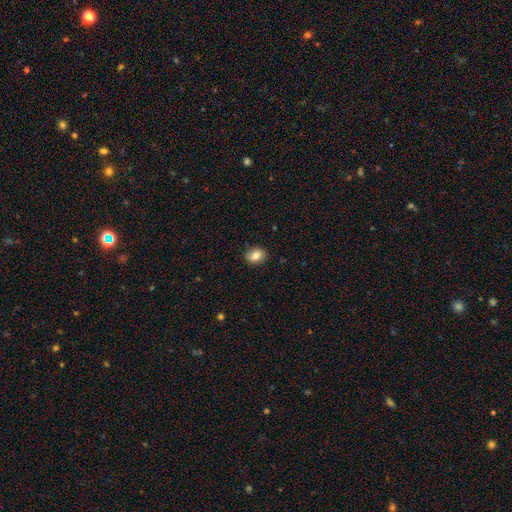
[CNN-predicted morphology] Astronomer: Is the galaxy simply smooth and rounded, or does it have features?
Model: smooth — 79%.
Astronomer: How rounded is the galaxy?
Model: in between — 53% (runner-up: round, 45%).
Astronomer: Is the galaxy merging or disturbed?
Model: none — 84%.